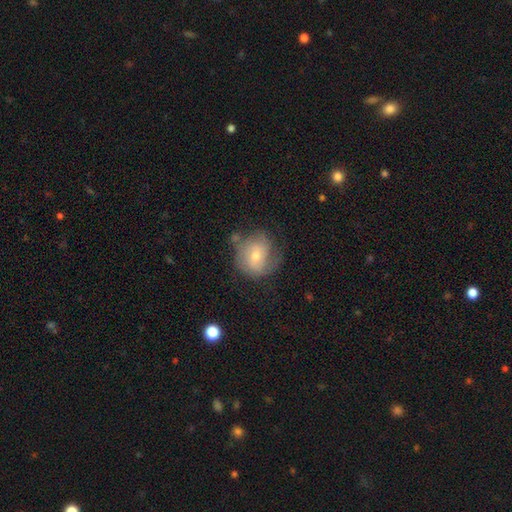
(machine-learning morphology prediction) Smooth or featured? Predicted: featured or disk (p=0.47). Merging? Predicted: none (p=0.49).